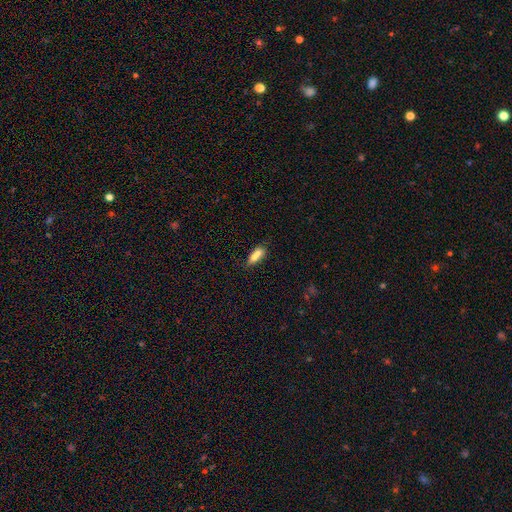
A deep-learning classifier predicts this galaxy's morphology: The model was most divided on "merging": none: 41%, merger: 38%, minor disturbance: 15%, major disturbance: 6%. More confident: smooth or featured — smooth (73%); how rounded — in between (69%).